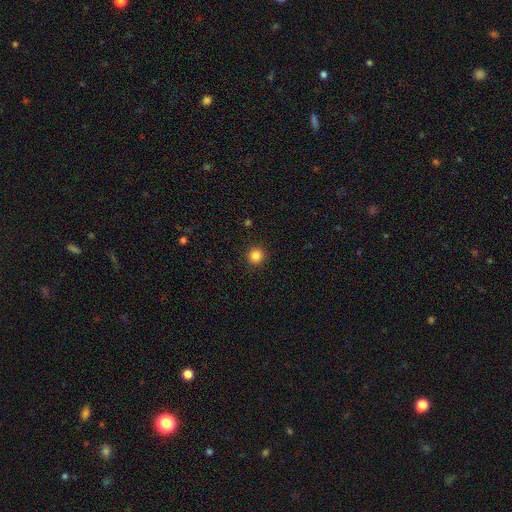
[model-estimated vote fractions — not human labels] Morphology: type=smooth (85%); roundness=round (95%); merging=none (92%).